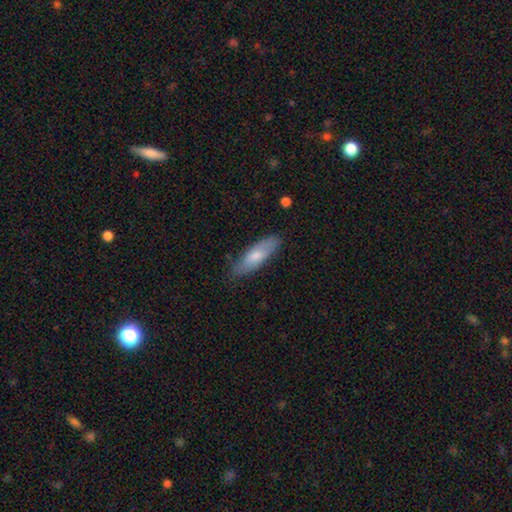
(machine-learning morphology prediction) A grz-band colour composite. It shows a smooth galaxy with no disk features (70%) that is cigar-shaped (52%). Merging: none (81%).